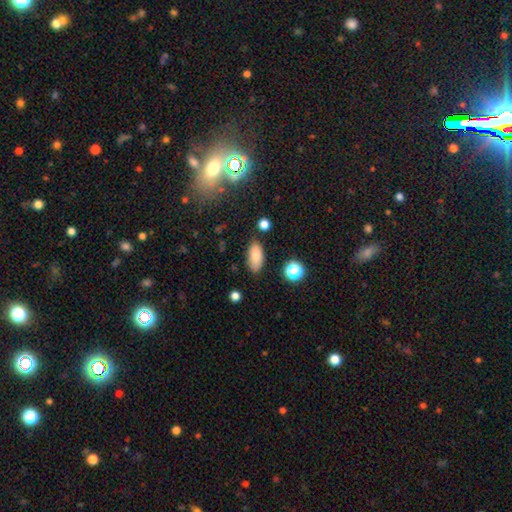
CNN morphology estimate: Q: Smooth or featured?
A: smooth (82%); runner-up: star or artifact (9%)
Q: How rounded?
A: in between (88%); runner-up: cigar-shaped (8%)
Q: Merging?
A: none (82%); runner-up: minor disturbance (12%)